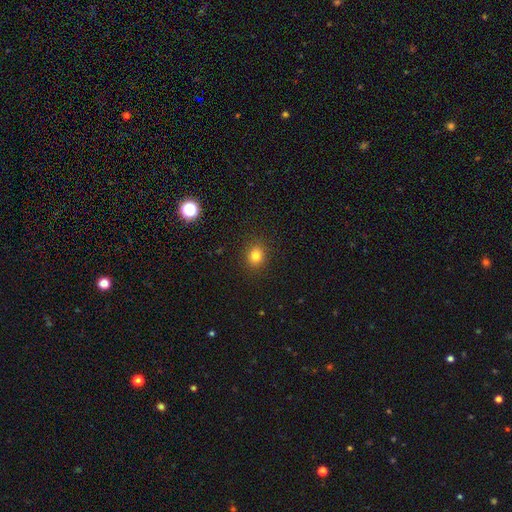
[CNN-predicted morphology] Smooth or featured?
  - smooth: 80% *
  - star or artifact: 14%
  - featured or disk: 6%
How rounded?
  - round: 78% *
  - in between: 21%
  - cigar-shaped: 1%
Merging?
  - none: 90% *
  - minor disturbance: 7%
  - major disturbance: 2%
  - merger: 1%